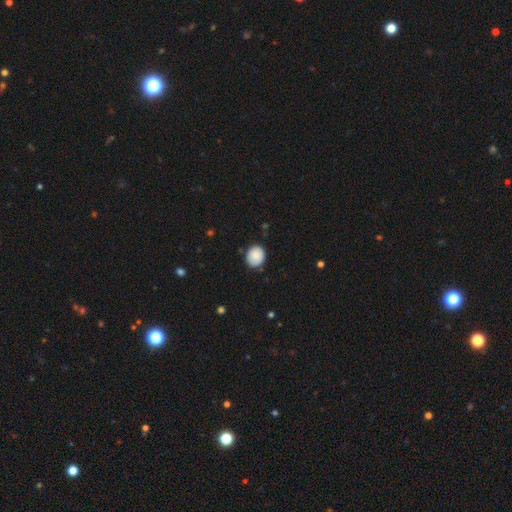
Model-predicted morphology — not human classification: smooth 87%, star or artifact 7%, featured or disk 5%. Down the decision tree: how rounded — round (66%); merging — none (83%).